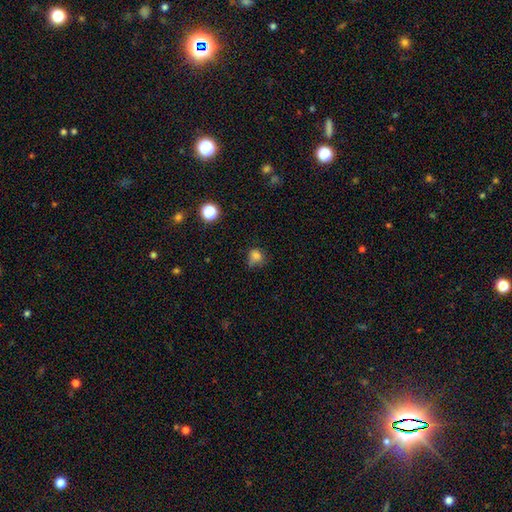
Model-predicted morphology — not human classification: smooth_or_featured: smooth (p=0.78) [alt: star or artifact p=0.14]
how_rounded: round (p=0.71) [alt: in between p=0.28]
merging: none (p=0.48) [alt: minor disturbance p=0.34]